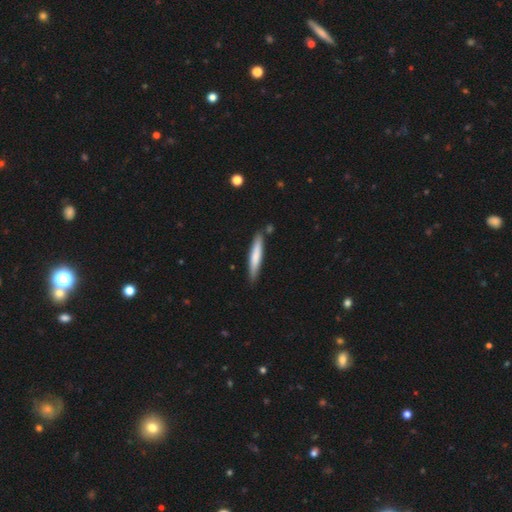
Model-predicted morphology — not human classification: A smooth galaxy with no disk features (71%) that is cigar-shaped (93%). Merging: none (84%).